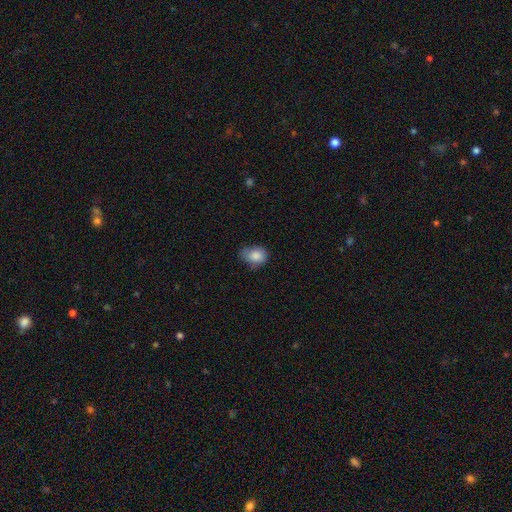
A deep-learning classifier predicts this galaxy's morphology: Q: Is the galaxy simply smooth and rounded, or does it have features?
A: smooth — 85%.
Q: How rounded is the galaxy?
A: in between — 59%.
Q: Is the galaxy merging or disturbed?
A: none — 54%.